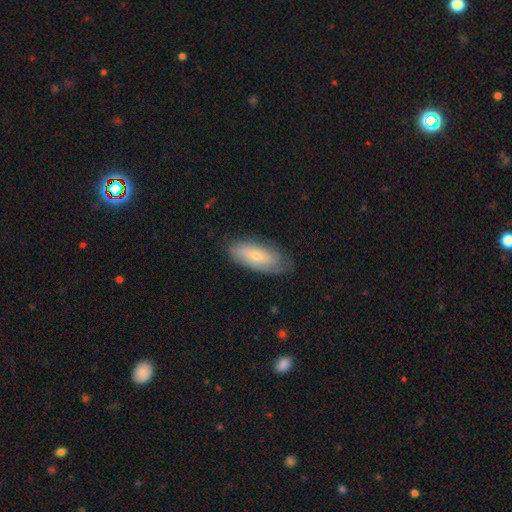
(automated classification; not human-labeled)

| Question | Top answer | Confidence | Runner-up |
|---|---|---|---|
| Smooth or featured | smooth | 52% | featured or disk (41%) |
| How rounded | in between | 78% | cigar-shaped (20%) |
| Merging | none | 72% | minor disturbance (21%) |